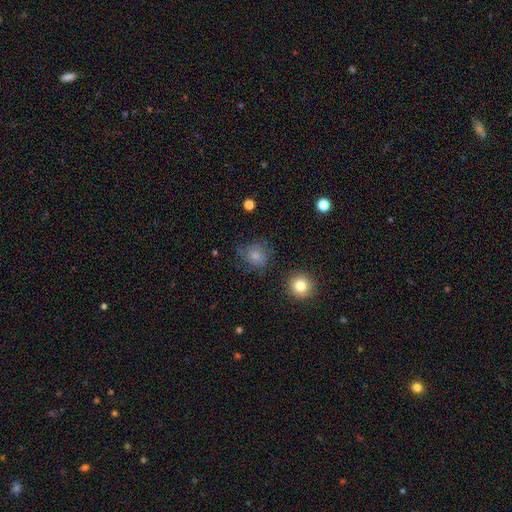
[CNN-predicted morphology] This appears to be a smooth galaxy with no disk features (76%) that is round (80%). Merging: none (68%).